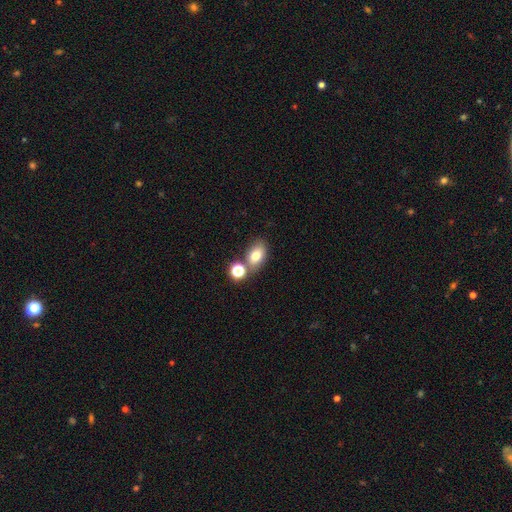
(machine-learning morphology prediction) Smooth or featured? Predicted: smooth (p=0.76). How rounded? Predicted: in between (p=0.79). Merging? Predicted: none (p=0.64).